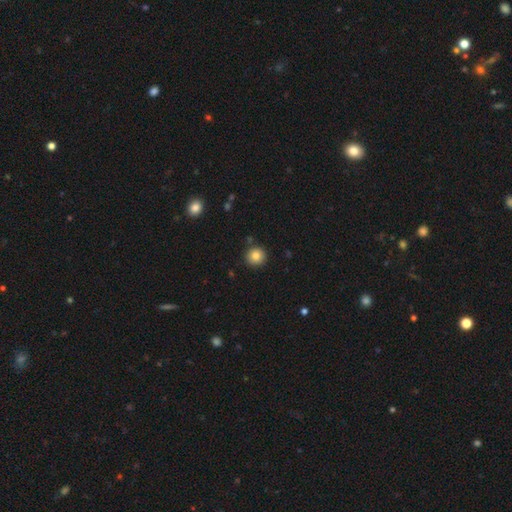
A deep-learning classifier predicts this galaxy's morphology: The model was most divided on "smooth or featured": smooth: 83%, star or artifact: 10%, featured or disk: 7%. More confident: how rounded — round (94%); merging — none (89%).